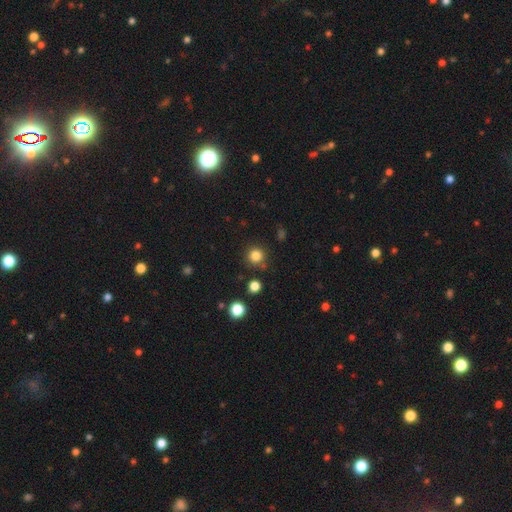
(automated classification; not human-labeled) Smooth or featured?
  - smooth: 83% *
  - star or artifact: 13%
  - featured or disk: 4%
How rounded?
  - round: 93% *
  - in between: 6%
  - cigar-shaped: 1%
Merging?
  - none: 85% *
  - minor disturbance: 8%
  - merger: 4%
  - major disturbance: 3%